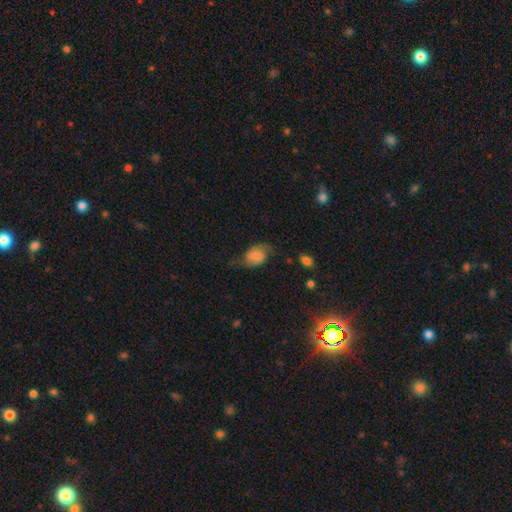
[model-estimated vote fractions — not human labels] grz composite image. It shows a smooth galaxy with no disk features (62%) that is in between round and cigar-shaped (70%). Merging: none (48%).